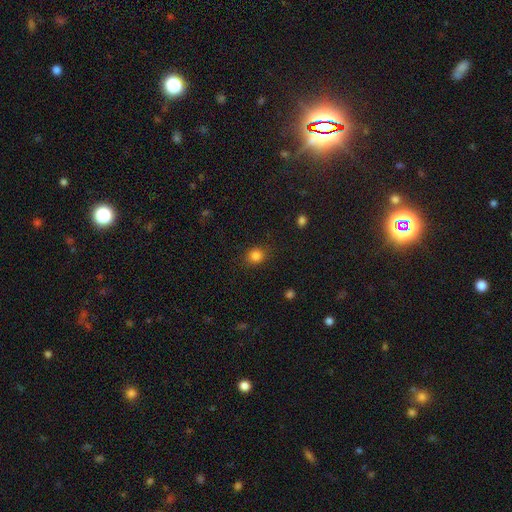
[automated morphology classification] Smooth or featured? Predicted: smooth (p=0.84). How rounded? Predicted: round (p=0.74). Merging? Predicted: none (p=0.85).